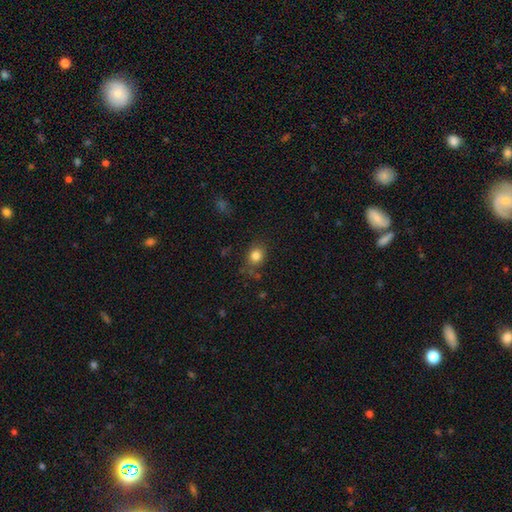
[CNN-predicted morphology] Smooth or featured? Predicted: smooth (p=0.83). How rounded? Predicted: round (p=0.62). Merging? Predicted: none (p=0.74).